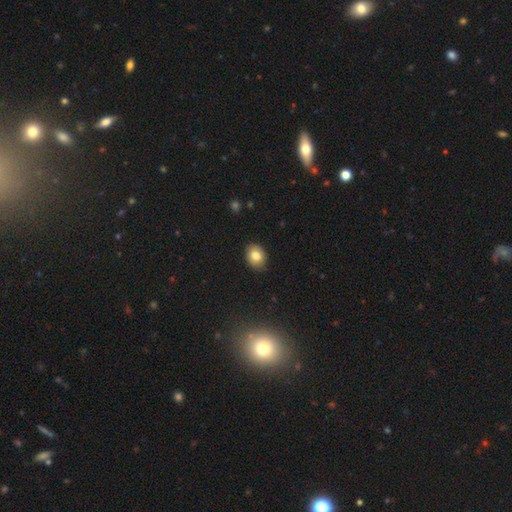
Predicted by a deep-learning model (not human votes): Smooth or featured?
  - smooth: 81% *
  - featured or disk: 9%
  - star or artifact: 9%
How rounded?
  - in between: 53% *
  - round: 46%
  - cigar-shaped: 1%
Merging?
  - none: 85% *
  - minor disturbance: 12%
  - major disturbance: 2%
  - merger: 1%